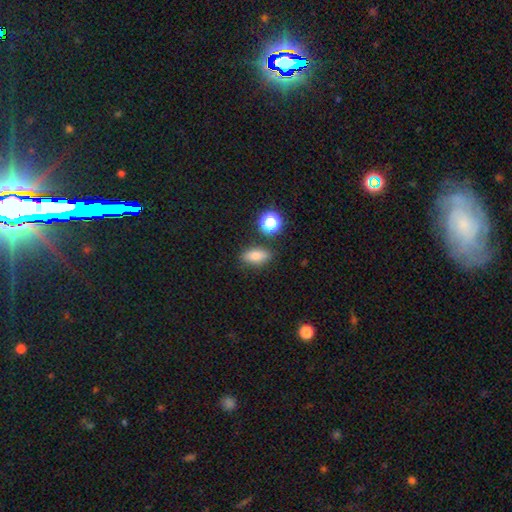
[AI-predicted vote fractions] Smooth or featured?
  - smooth: 77% *
  - star or artifact: 12%
  - featured or disk: 11%
How rounded?
  - in between: 76% *
  - round: 13%
  - cigar-shaped: 11%
Merging?
  - none: 82% *
  - minor disturbance: 11%
  - merger: 4%
  - major disturbance: 3%